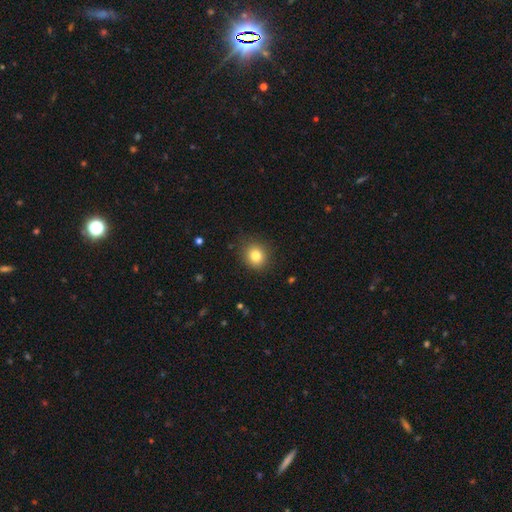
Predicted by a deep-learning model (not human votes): A smooth galaxy with no disk features (81%) that is round (84%).

Vote fractions:
- Smooth or featured? smooth: 81% / star or artifact: 11% / featured or disk: 8%
- How rounded? round: 84% / in between: 15% / cigar-shaped: 1%
- Merging? none: 87% / minor disturbance: 10% / major disturbance: 3% / merger: 1%